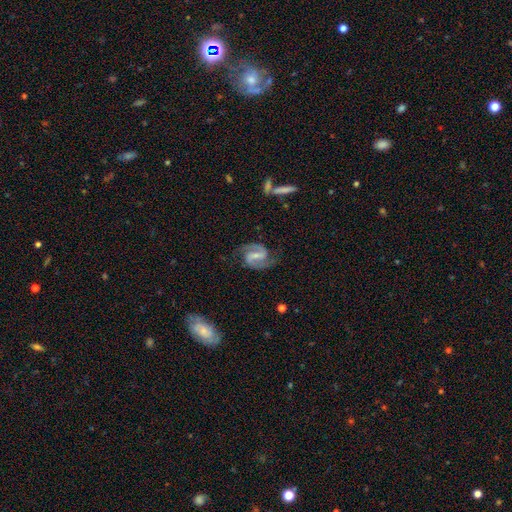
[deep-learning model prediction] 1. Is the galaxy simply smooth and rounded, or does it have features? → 91% featured or disk, 5% smooth, 4% star or artifact.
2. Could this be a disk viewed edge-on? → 98% no, 2% yes.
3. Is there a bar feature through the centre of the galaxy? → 44% weak, 43% strong, 14% no.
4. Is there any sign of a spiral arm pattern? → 98% yes, 2% no.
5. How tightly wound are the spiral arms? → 61% medium, 20% tight, 19% loose.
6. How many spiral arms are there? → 94% 2, 2% can't tell, 1% 1, 1% 3, 1% 4, 1% more than 4.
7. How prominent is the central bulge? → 54% small, 31% moderate, 11% none, 2% large, 1% dominant.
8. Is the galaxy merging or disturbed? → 80% none, 13% minor disturbance, 5% major disturbance, 1% merger.